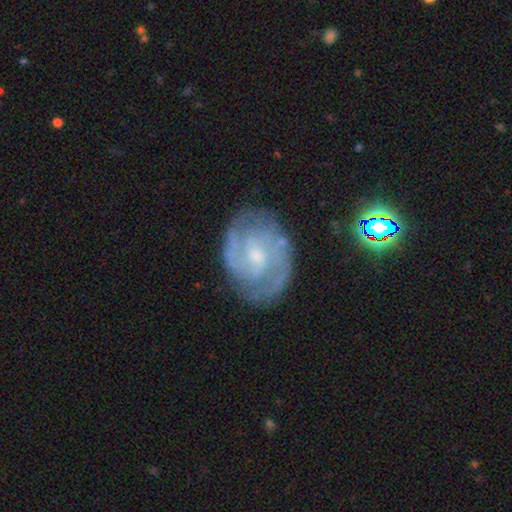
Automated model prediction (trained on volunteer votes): Smooth or featured?
  - featured or disk: 84% *
  - smooth: 10%
  - star or artifact: 6%
Edge-on disk?
  - no: 97% *
  - yes: 3%
Bar?
  - weak: 47% *
  - no: 45%
  - strong: 8%
Spiral arms?
  - yes: 94% *
  - no: 6%
Spiral winding?
  - tight: 48% *
  - medium: 42%
  - loose: 10%
Spiral arm count?
  - 2: 58% *
  - can't tell: 19%
  - 3: 13%
  - 4: 4%
  - 1: 4%
  - more than 4: 3%
Bulge size?
  - small: 56% *
  - moderate: 34%
  - none: 7%
  - large: 2%
  - dominant: 1%
Merging?
  - none: 76% *
  - minor disturbance: 16%
  - major disturbance: 6%
  - merger: 2%